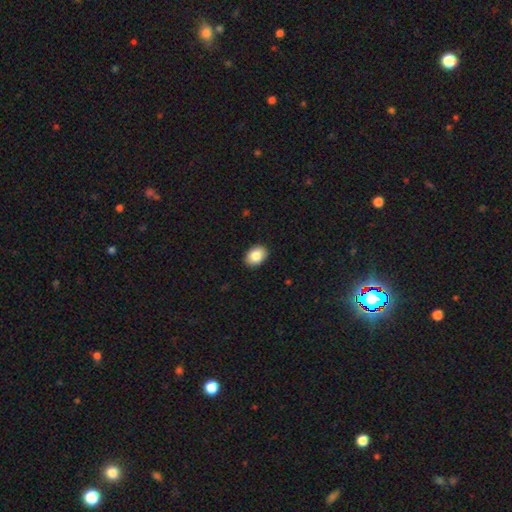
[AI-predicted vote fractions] This is clearly a smooth galaxy (85%). How rounded: likely in between (75%). Merging: clearly none (91%).